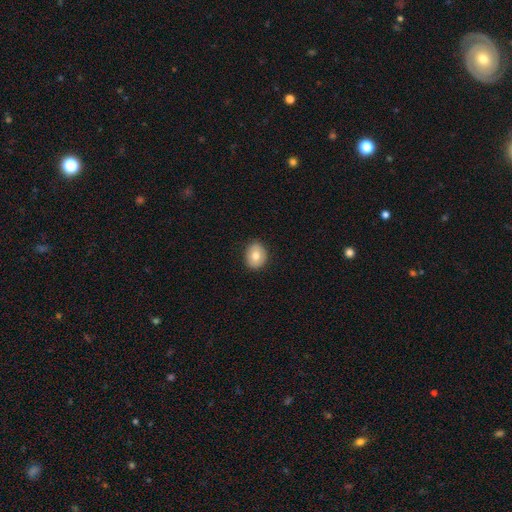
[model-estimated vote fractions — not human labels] Smooth or featured?
  - smooth: 76% *
  - featured or disk: 16%
  - star or artifact: 8%
How rounded?
  - round: 60% *
  - in between: 40%
  - cigar-shaped: 1%
Merging?
  - none: 87% *
  - minor disturbance: 10%
  - major disturbance: 2%
  - merger: 1%